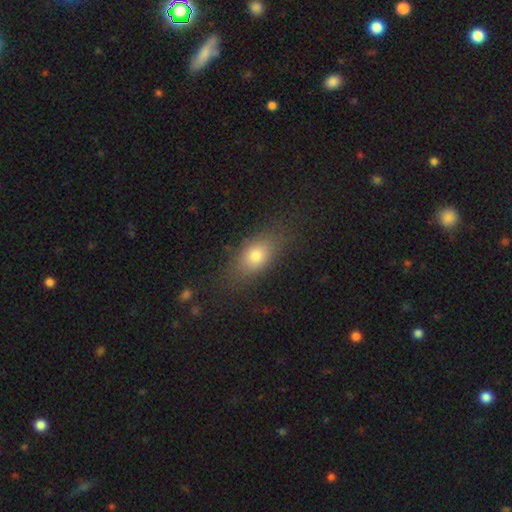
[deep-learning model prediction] This is likely a smooth galaxy (76%). How rounded: likely in between (78%). Merging: likely none (77%).